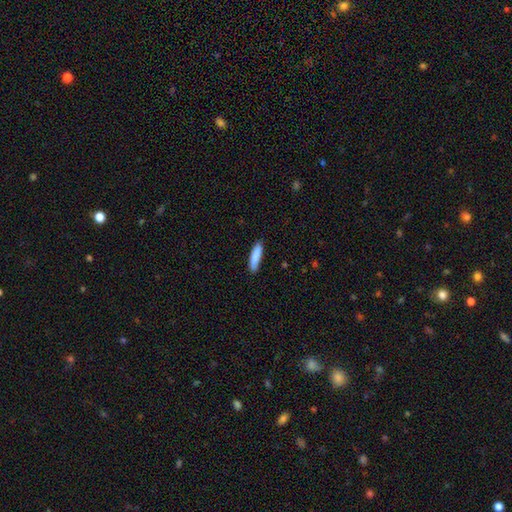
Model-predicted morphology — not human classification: type=smooth (86%); roundness=cigar-shaped (74%); merging=none (84%).